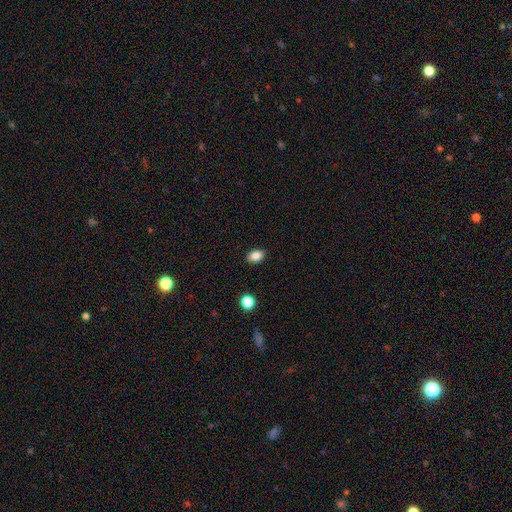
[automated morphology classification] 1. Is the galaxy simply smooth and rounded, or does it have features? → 85% smooth, 9% star or artifact, 5% featured or disk.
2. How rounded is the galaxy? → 81% in between, 18% round, 1% cigar-shaped.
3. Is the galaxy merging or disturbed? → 89% none, 8% minor disturbance, 2% major disturbance, 1% merger.